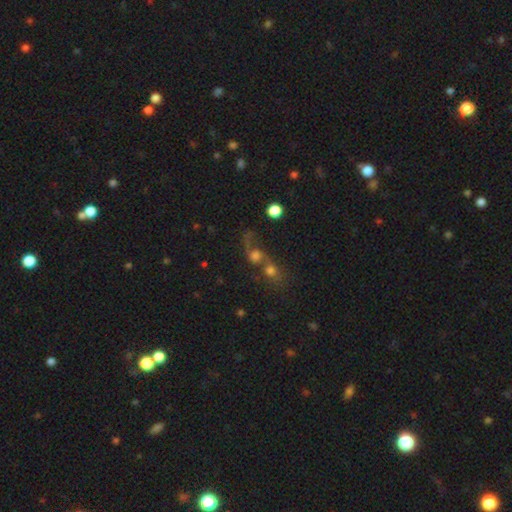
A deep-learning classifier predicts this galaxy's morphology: Overall: smooth (50%; featured or disk 31%). Merging: merger (72%).